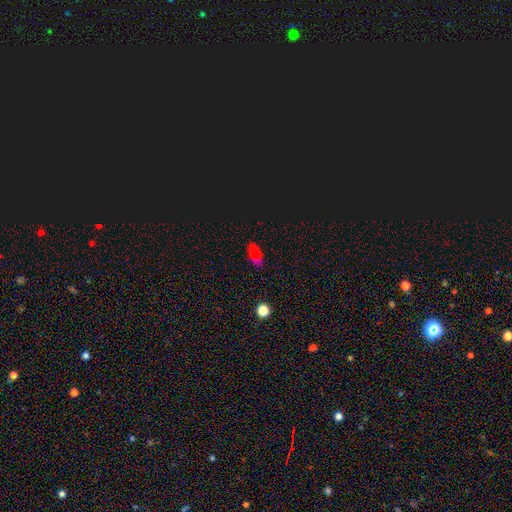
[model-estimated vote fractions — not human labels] Q: Smooth or featured?
A: smooth (57%); runner-up: star or artifact (31%)
Q: How rounded?
A: in between (82%); runner-up: round (11%)
Q: Merging?
A: none (74%); runner-up: minor disturbance (16%)